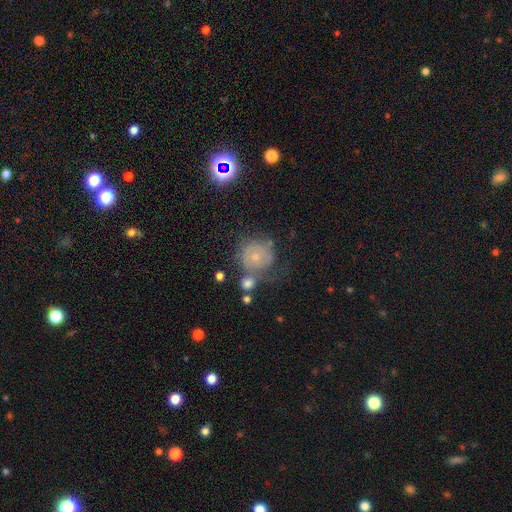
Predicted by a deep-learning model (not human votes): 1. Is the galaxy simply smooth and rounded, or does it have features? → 44% smooth, 41% featured or disk, 15% star or artifact.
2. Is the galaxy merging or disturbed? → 51% none, 21% minor disturbance, 15% major disturbance, 13% merger.